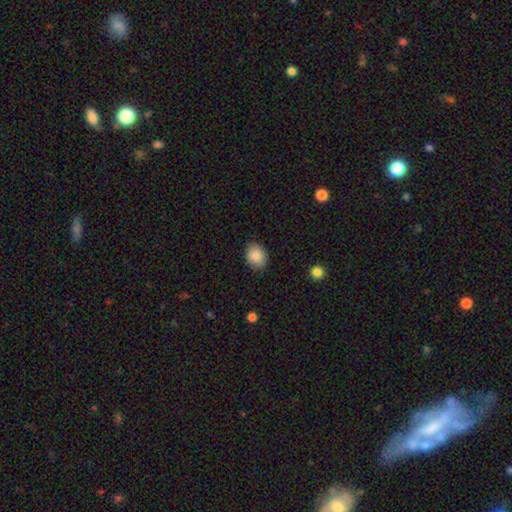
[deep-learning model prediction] Smooth or featured? smooth (88%)
How rounded? in between (56%)
Merging? none (86%)